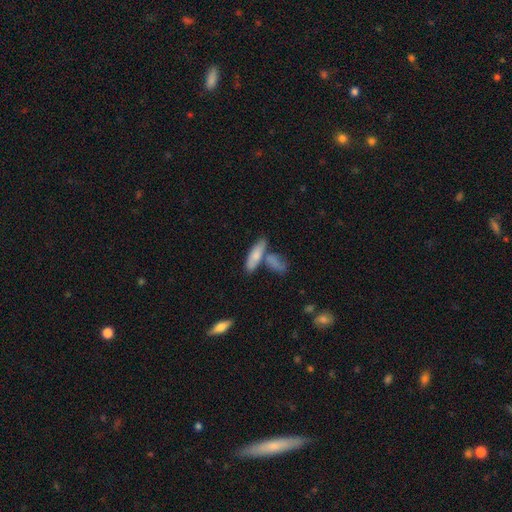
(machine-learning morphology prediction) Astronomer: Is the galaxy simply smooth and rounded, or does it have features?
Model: smooth — 74%.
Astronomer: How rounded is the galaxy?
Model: in between — 52% (runner-up: cigar-shaped, 45%).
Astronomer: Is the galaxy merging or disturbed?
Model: none — 50% (runner-up: merger, 32%).